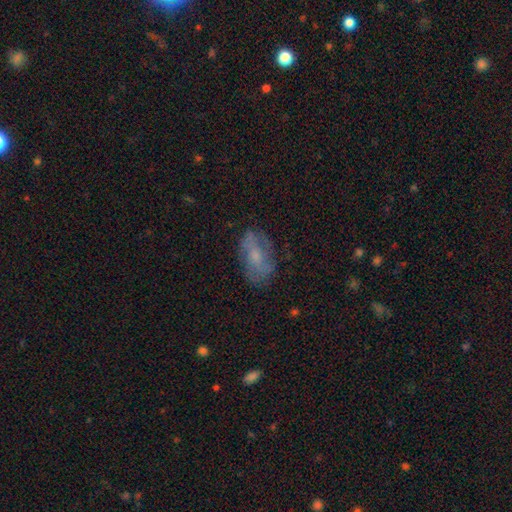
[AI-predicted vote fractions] smooth-or-featured: smooth: 51% | featured or disk: 40% | star or artifact: 9%
  how-rounded: in between: 89% | round: 8% | cigar-shaped: 3%
  merging: none: 69% | minor disturbance: 21% | major disturbance: 9% | merger: 2%